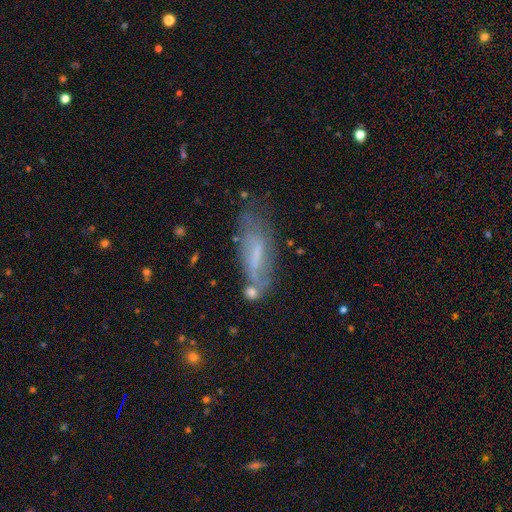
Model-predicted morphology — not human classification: smooth-or-featured: featured or disk: 47% | smooth: 42% | star or artifact: 10%
  merging: none: 55% | minor disturbance: 25% | major disturbance: 11% | merger: 9%